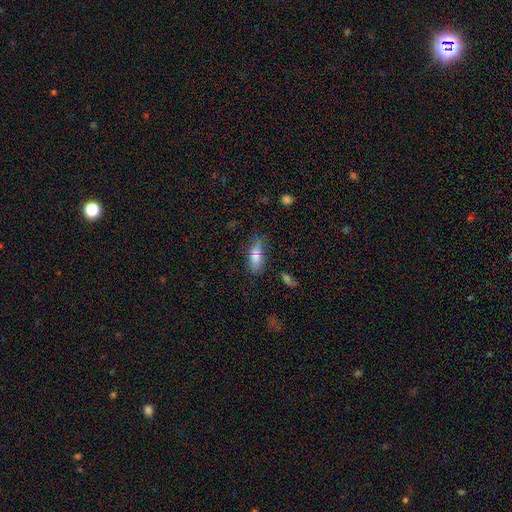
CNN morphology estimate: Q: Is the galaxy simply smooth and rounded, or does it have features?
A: smooth — 76%.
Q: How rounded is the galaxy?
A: in between — 74%.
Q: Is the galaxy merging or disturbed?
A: none — 63%.